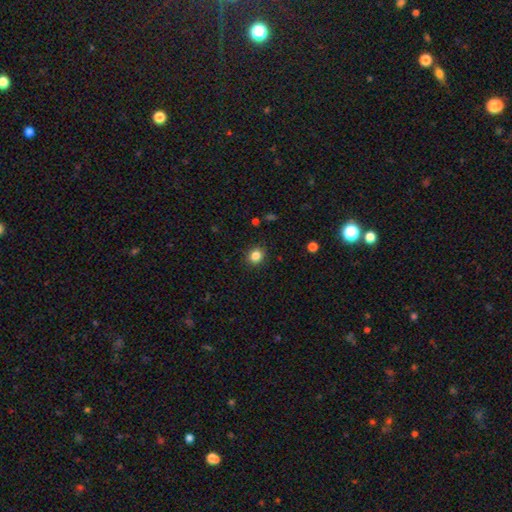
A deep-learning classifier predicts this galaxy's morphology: This appears to be a smooth galaxy with no disk features (84%) that is round (80%). Merging: none (90%).